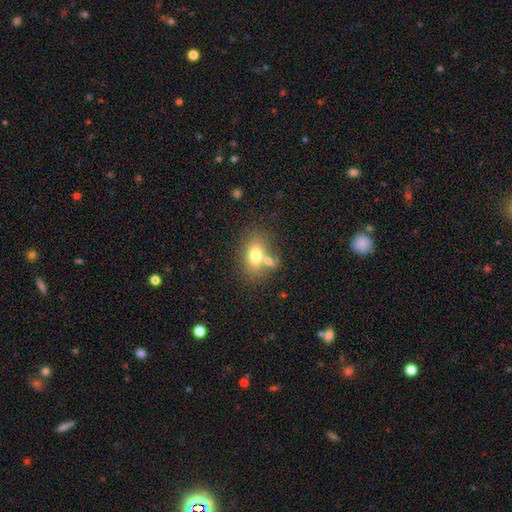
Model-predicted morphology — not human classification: The model was most divided on "merging": none: 48%, merger: 34%, minor disturbance: 13%, major disturbance: 5%. More confident: how rounded — in between (81%); smooth or featured — smooth (73%).